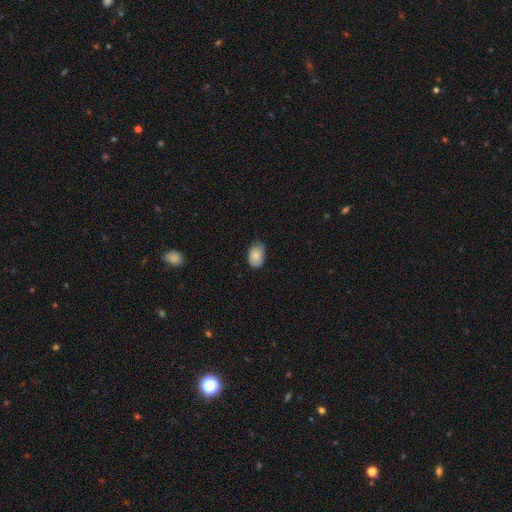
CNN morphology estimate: A smooth galaxy with no disk features (83%) that is in between round and cigar-shaped (85%).

Vote fractions:
- Smooth or featured? smooth: 83% / featured or disk: 10% / star or artifact: 7%
- How rounded? in between: 85% / round: 14% / cigar-shaped: 1%
- Merging? none: 63% / minor disturbance: 31% / major disturbance: 4% / merger: 1%